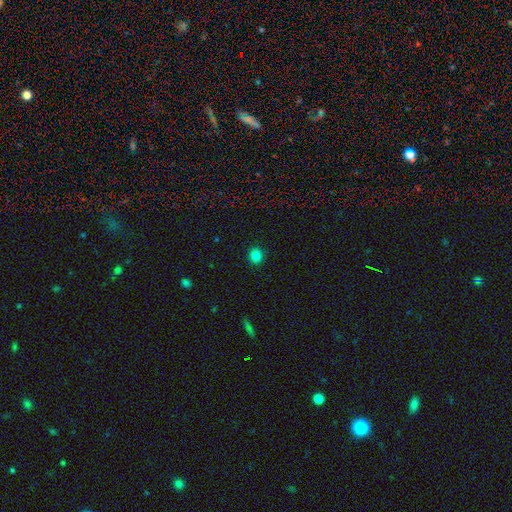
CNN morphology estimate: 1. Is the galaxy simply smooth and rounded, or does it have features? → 83% smooth, 13% star or artifact, 4% featured or disk.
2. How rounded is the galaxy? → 86% round, 13% in between, 1% cigar-shaped.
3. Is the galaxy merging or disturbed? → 92% none, 5% minor disturbance, 2% major disturbance, 1% merger.